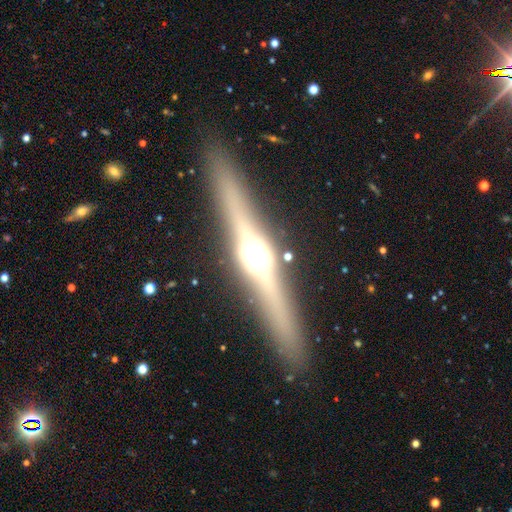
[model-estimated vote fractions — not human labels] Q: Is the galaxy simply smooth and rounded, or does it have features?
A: featured or disk — 77%.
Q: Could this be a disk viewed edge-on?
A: yes — 97%.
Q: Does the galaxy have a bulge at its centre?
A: rounded — 90%.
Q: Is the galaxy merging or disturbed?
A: none — 90%.